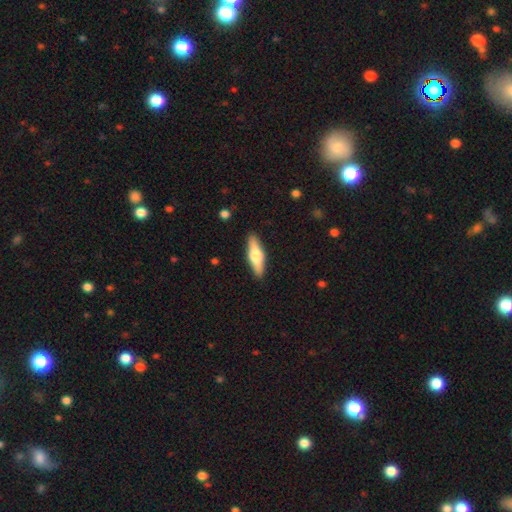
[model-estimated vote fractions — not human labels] Morphology: type=smooth (50%); merging=none (90%).